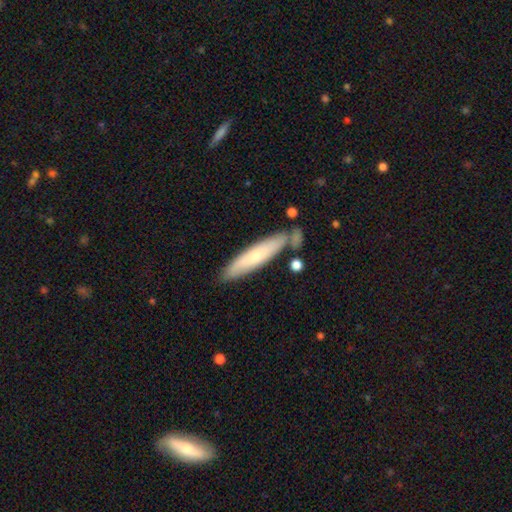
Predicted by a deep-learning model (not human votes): A smooth galaxy with no disk features (62%) that is cigar-shaped (83%). Merging: none (73%).